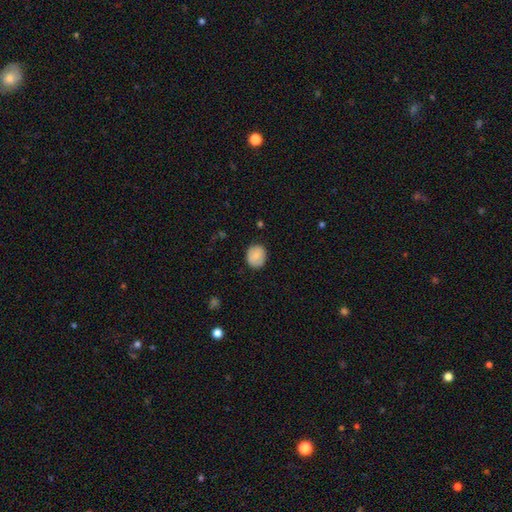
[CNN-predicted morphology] smooth_or_featured: smooth (p=0.82) [alt: featured or disk p=0.10]
how_rounded: round (p=0.72) [alt: in between p=0.27]
merging: none (p=0.83) [alt: minor disturbance p=0.13]